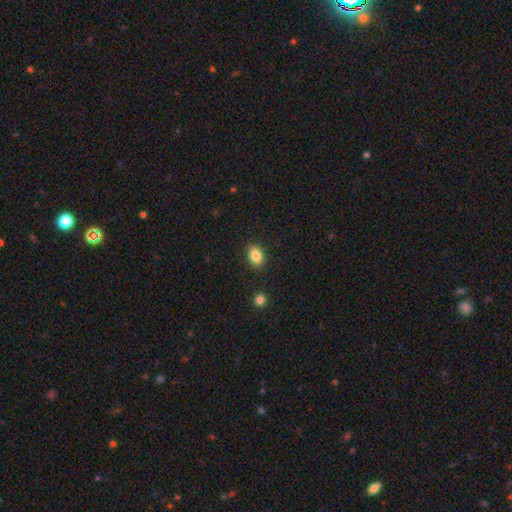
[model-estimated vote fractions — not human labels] This is clearly a smooth galaxy (84%). How rounded: clearly in between (84%). Merging: clearly none (87%).